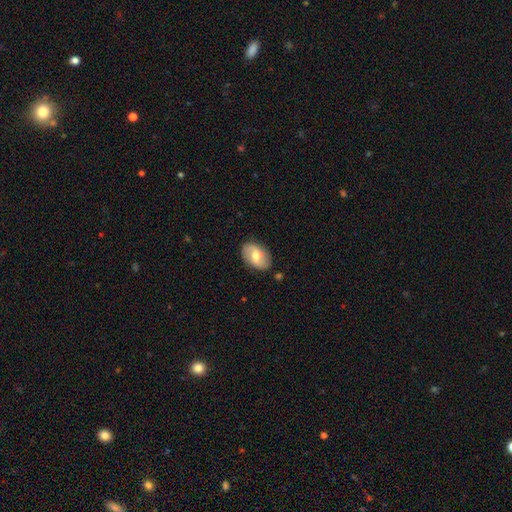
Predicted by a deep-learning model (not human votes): Smooth or featured?
  - smooth: 49% *
  - featured or disk: 45%
  - star or artifact: 6%
Merging?
  - none: 84% *
  - minor disturbance: 12%
  - major disturbance: 3%
  - merger: 2%